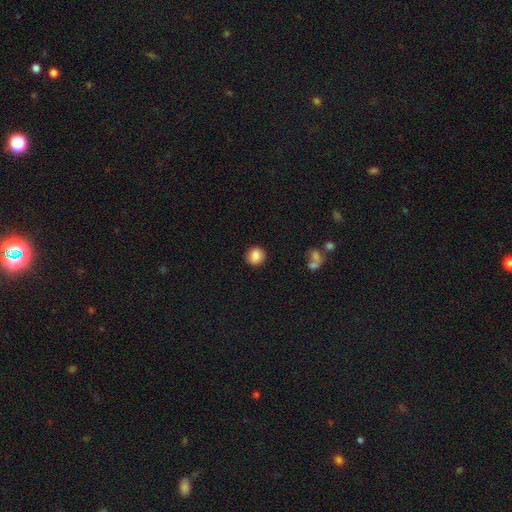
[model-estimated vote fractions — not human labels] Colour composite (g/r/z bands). It shows a smooth galaxy with no disk features (85%) that is round (83%). Merging: none (87%).